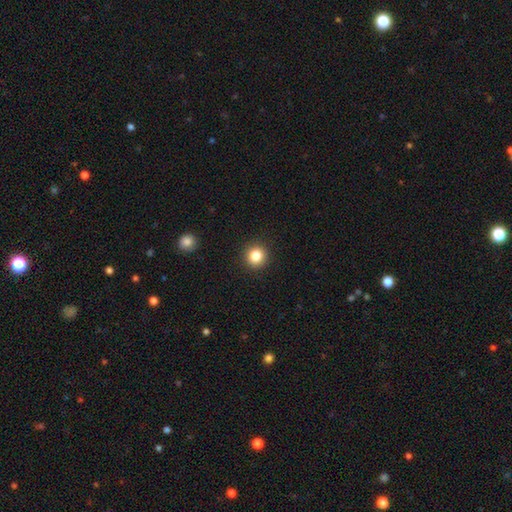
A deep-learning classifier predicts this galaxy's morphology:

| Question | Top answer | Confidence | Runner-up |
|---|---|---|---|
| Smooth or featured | smooth | 84% | star or artifact (11%) |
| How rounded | round | 93% | in between (6%) |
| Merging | none | 92% | minor disturbance (5%) |